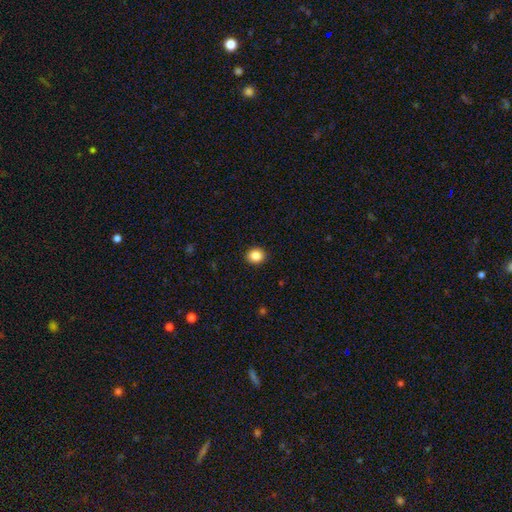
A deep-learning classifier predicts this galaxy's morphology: type=smooth (86%); roundness=round (76%); merging=none (92%).